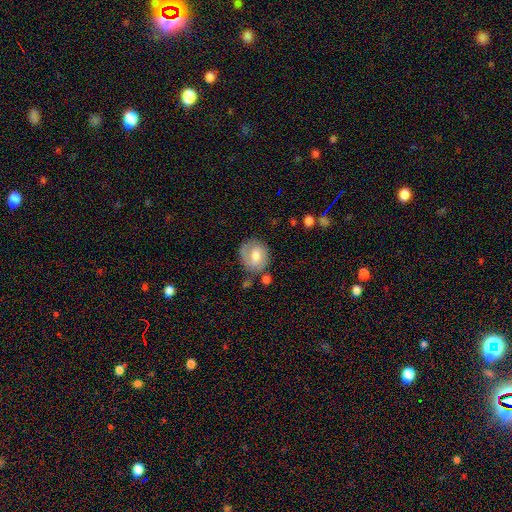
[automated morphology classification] A featured or disk galaxy (49%). Merging: none (65%).